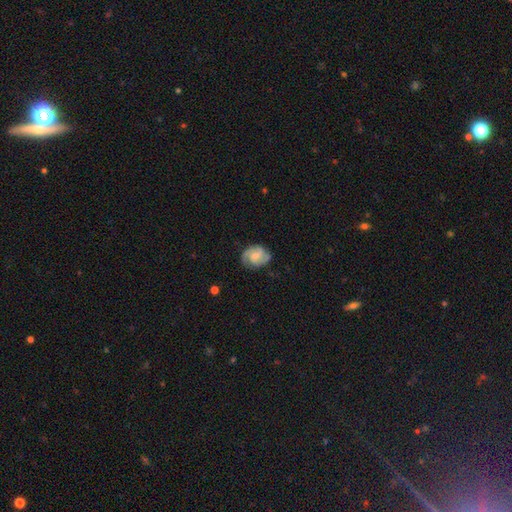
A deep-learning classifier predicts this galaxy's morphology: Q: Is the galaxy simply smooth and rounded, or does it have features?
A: featured or disk — 73%.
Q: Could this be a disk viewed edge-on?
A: no — 98%.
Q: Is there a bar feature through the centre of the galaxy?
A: no — 45%, tied with weak.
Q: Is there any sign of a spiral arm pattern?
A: yes — 94%.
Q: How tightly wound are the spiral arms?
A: medium — 47%.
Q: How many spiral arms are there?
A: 2 — 61%.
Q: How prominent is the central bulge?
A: small — 47%.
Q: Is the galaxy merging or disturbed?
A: none — 71%.